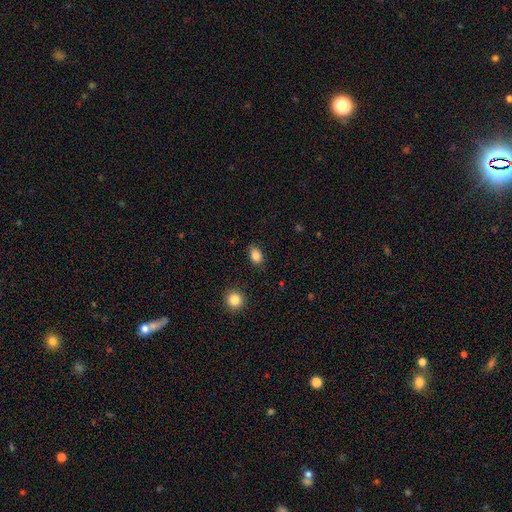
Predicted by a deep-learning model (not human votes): Smooth or featured?
  - smooth: 85% *
  - star or artifact: 10%
  - featured or disk: 6%
How rounded?
  - in between: 76% *
  - round: 22%
  - cigar-shaped: 2%
Merging?
  - none: 82% *
  - minor disturbance: 14%
  - major disturbance: 3%
  - merger: 1%